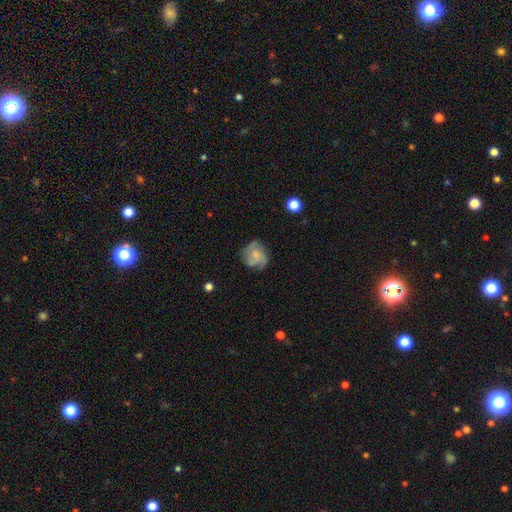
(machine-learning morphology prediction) Smooth or featured? featured or disk (52%)
Edge-on disk? no (98%)
Bar? no (77%)
Spiral arms? yes (79%)
Bulge size? small (46%)
Merging? none (68%)